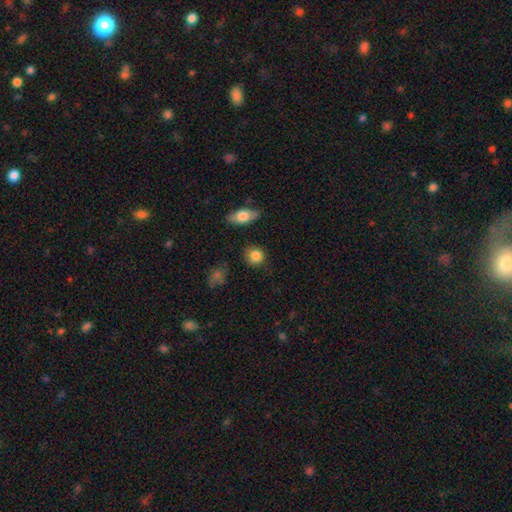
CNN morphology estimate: This is clearly a smooth galaxy (85%). How rounded: clearly round (85%). Merging: clearly none (83%).